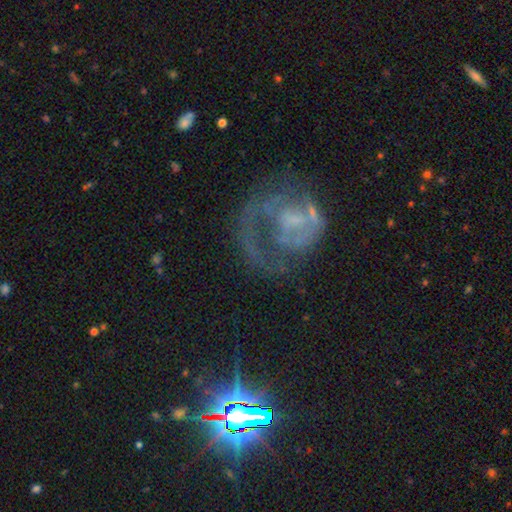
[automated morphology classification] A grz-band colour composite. It shows a featured or disk galaxy (65%) with no bar (73%), spiral arms (61%) and no central bulge (51%). Merging: major disturbance (41%).